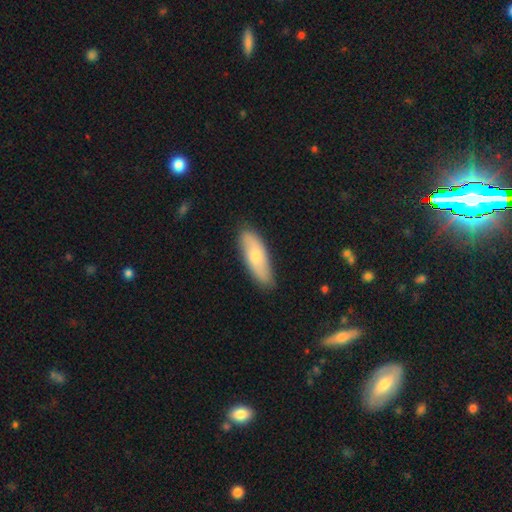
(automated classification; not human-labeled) A smooth galaxy with no disk features (63%) that is in between round and cigar-shaped (59%). Merging: none (83%).